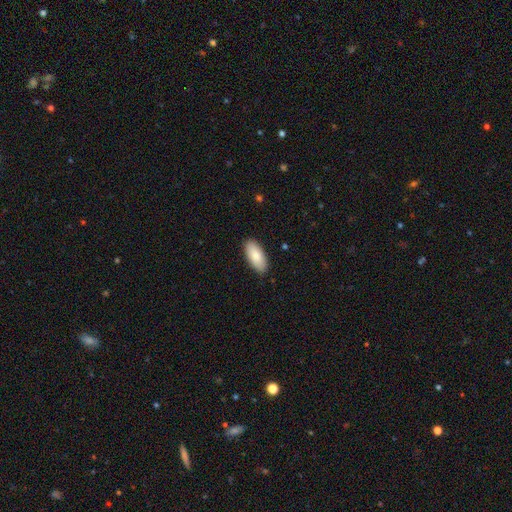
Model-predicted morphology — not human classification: The model was most divided on "smooth or featured": smooth: 86%, featured or disk: 9%, star or artifact: 6%. More confident: how rounded — in between (90%); merging — none (88%).